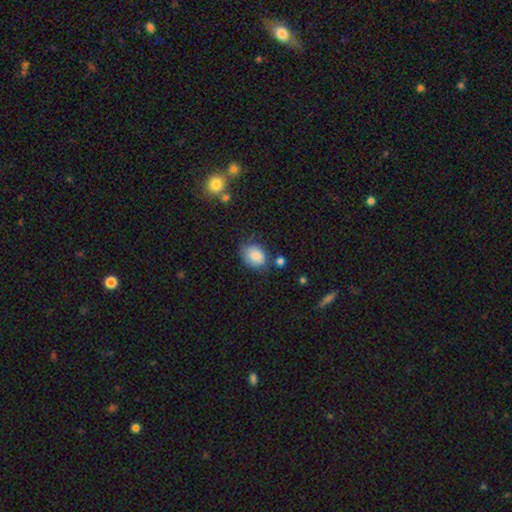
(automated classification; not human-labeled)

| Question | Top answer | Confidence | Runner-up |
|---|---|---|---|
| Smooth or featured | smooth | 85% | star or artifact (8%) |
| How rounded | in between | 64% | round (35%) |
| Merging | none | 59% | minor disturbance (28%) |